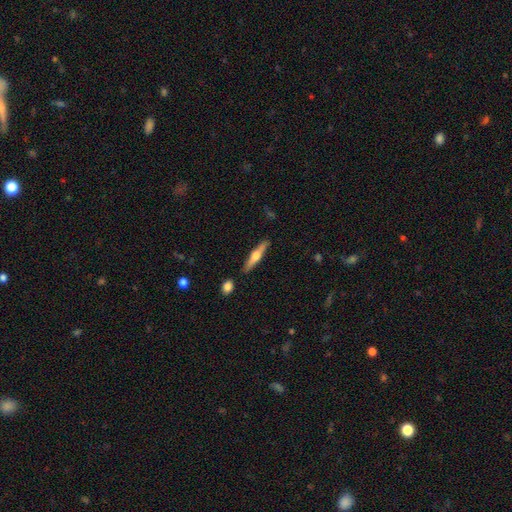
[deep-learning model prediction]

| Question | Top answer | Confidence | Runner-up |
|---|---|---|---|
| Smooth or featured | featured or disk | 59% | smooth (36%) |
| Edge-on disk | yes | 96% | no (4%) |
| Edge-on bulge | rounded | 93% | boxy (4%) |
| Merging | none | 86% | minor disturbance (9%) |